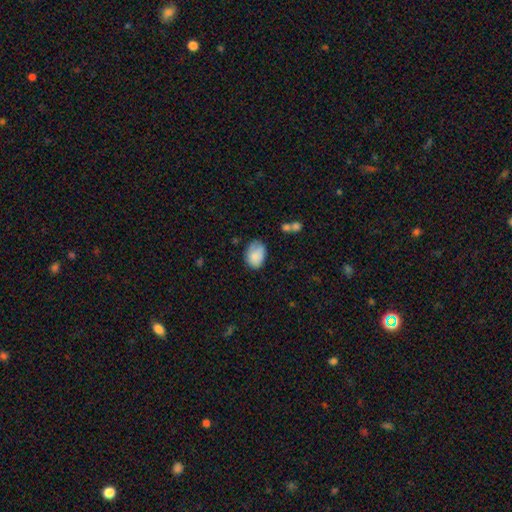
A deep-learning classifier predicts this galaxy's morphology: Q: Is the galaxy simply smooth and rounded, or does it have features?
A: smooth — 83%.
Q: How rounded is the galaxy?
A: in between — 79%.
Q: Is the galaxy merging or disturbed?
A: none — 61%.